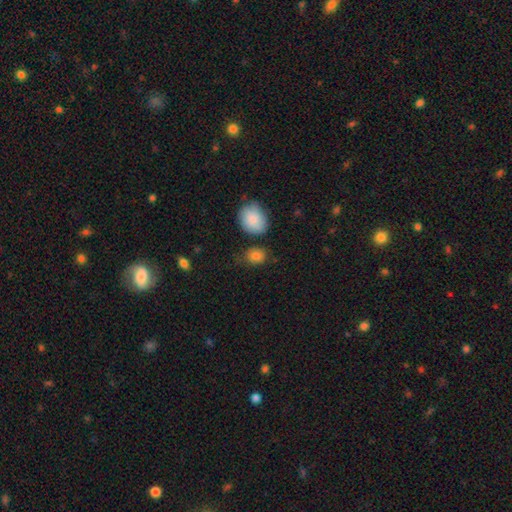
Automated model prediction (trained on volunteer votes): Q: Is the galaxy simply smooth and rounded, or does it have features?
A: smooth — 86%.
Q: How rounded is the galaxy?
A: in between — 53%.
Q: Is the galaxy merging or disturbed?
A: none — 69%.